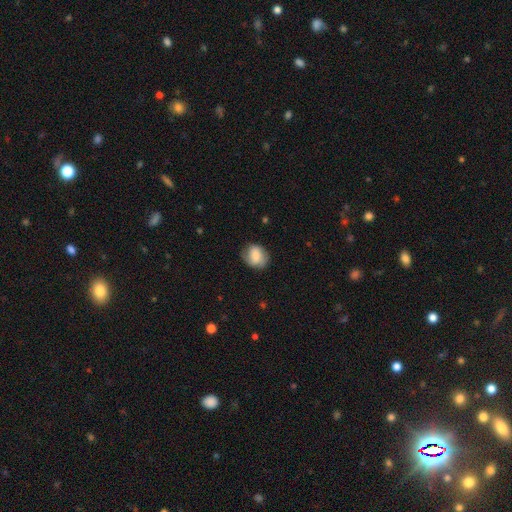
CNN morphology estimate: A smooth galaxy with no disk features (70%) that is round (57%).

Vote fractions:
- Smooth or featured? smooth: 70% / featured or disk: 22% / star or artifact: 8%
- How rounded? round: 57% / in between: 42% / cigar-shaped: 1%
- Merging? none: 73% / minor disturbance: 20% / major disturbance: 6% / merger: 1%